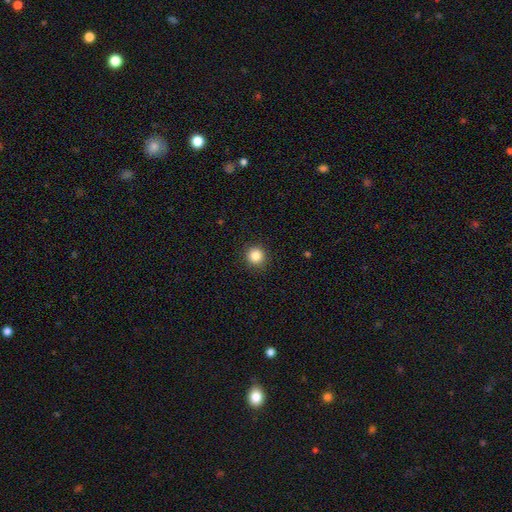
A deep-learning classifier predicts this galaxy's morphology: This is clearly a smooth galaxy (85%). How rounded: clearly round (95%). Merging: clearly none (92%).